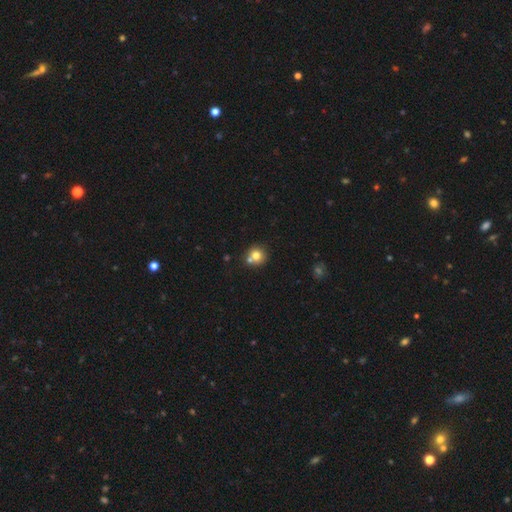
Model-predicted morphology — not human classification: This is likely a smooth galaxy (76%). How rounded: clearly round (89%). Merging: possibly none (59%).